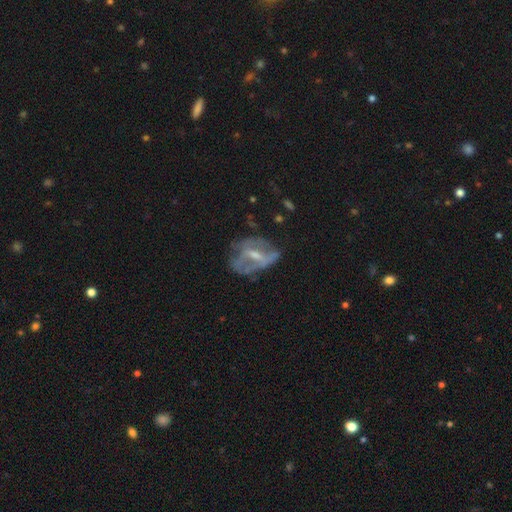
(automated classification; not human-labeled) The model was most divided on "bulge size" (2-way tie): moderate: 43%, small: 43%, none: 11%, large: 3%, dominant: 1%. Remaining: edge-on disk — no (94%); smooth or featured — featured or disk (68%); spiral arms — no (57%); merging — none (45%); bar — weak (43%).